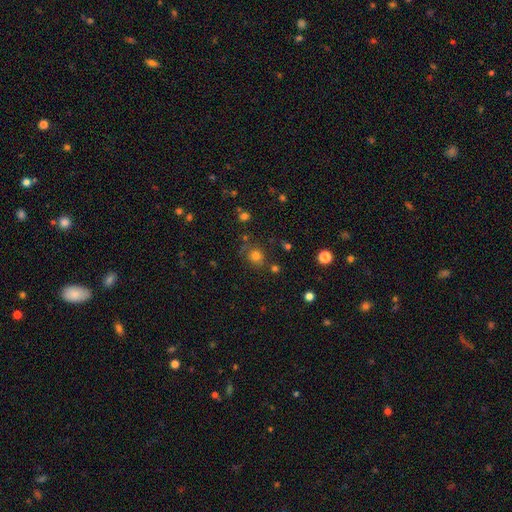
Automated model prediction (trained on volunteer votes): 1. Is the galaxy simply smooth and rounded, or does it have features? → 76% smooth, 17% star or artifact, 7% featured or disk.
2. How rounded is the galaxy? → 82% round, 17% in between, 1% cigar-shaped.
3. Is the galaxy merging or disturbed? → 72% none, 14% minor disturbance, 7% merger, 6% major disturbance.